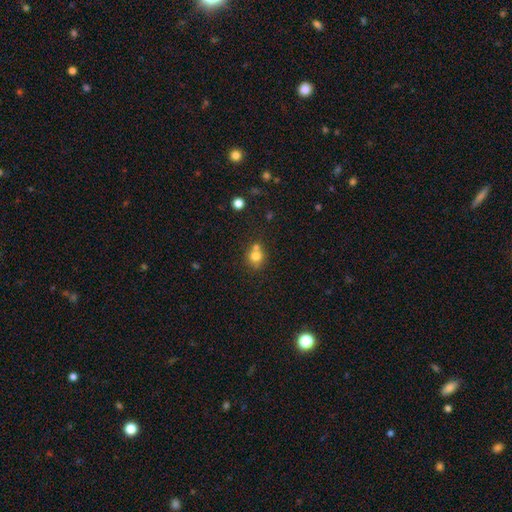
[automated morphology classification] type=smooth (75%); roundness=round (85%); merging=none (52%).